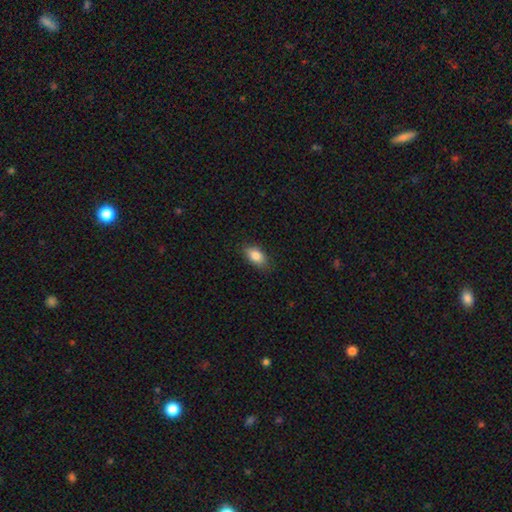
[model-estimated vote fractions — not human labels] The model was most divided on "merging": none: 85%, minor disturbance: 12%, major disturbance: 3%, merger: 1%. More confident: how rounded — in between (90%); smooth or featured — smooth (86%).